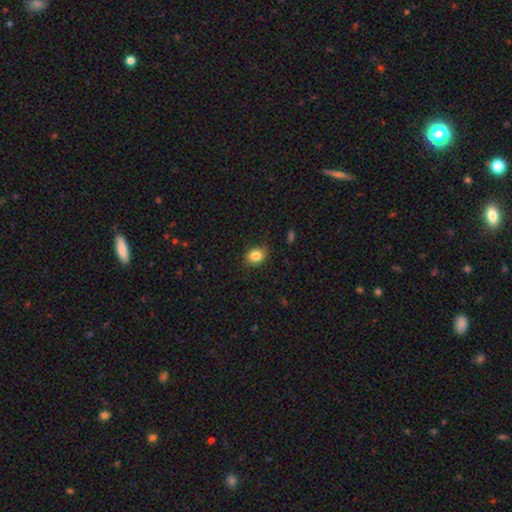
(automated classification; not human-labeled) Smooth or featured?
  - smooth: 84% *
  - star or artifact: 10%
  - featured or disk: 7%
How rounded?
  - in between: 53% *
  - round: 46%
  - cigar-shaped: 1%
Merging?
  - none: 81% *
  - minor disturbance: 15%
  - major disturbance: 3%
  - merger: 1%